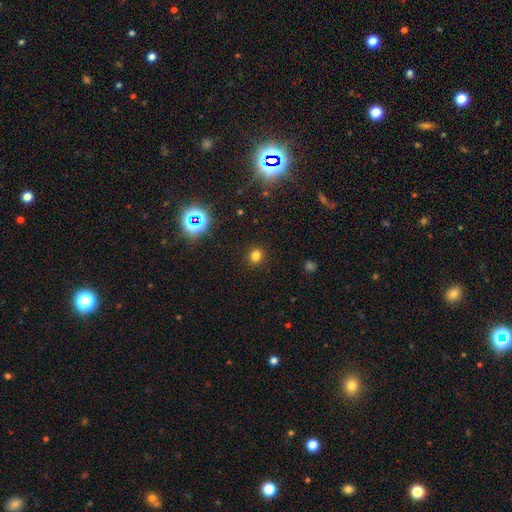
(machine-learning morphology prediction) Smooth or featured: smooth — 78% (star or artifact — 17%)
How rounded: round — 84% (in between — 15%)
Merging: none — 91% (minor disturbance — 6%)